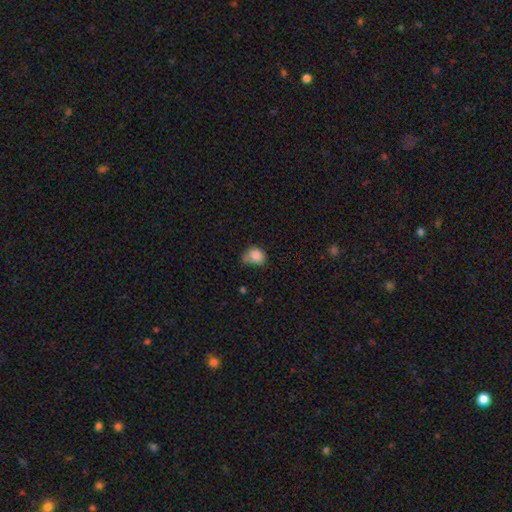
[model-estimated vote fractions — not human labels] Smooth or featured: smooth — 84% (star or artifact — 9%)
How rounded: round — 53% (in between — 46%)
Merging: minor disturbance — 40% (tied with none — 40%)